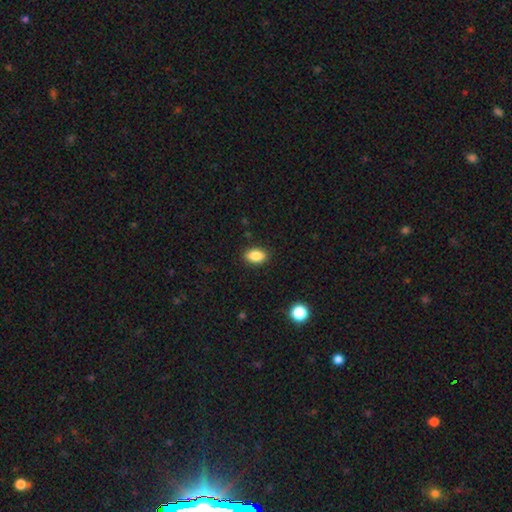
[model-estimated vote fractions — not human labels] Smooth or featured? Predicted: smooth (p=0.87). How rounded? Predicted: in between (p=0.87). Merging? Predicted: none (p=0.89).